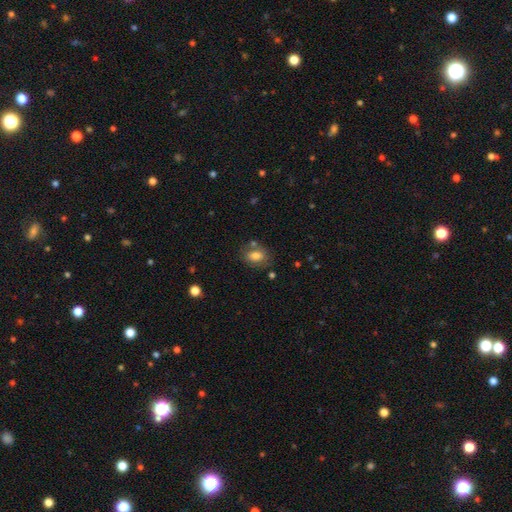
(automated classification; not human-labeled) Smooth or featured: smooth — 75% (featured or disk — 15%)
How rounded: in between — 73% (round — 25%)
Merging: none — 68% (minor disturbance — 16%)